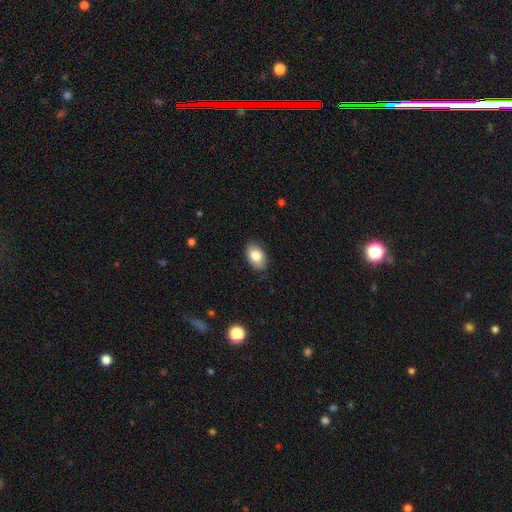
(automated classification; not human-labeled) smooth-or-featured: smooth: 81% | featured or disk: 11% | star or artifact: 7%
  how-rounded: in between: 90% | round: 8% | cigar-shaped: 1%
  merging: none: 86% | minor disturbance: 10% | major disturbance: 2% | merger: 1%